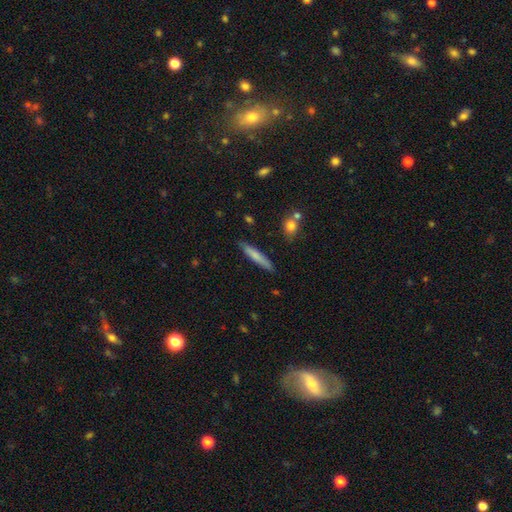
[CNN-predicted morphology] smooth 71%, featured or disk 23%, star or artifact 6%. Down the decision tree: how rounded — cigar-shaped (93%); merging — none (86%).